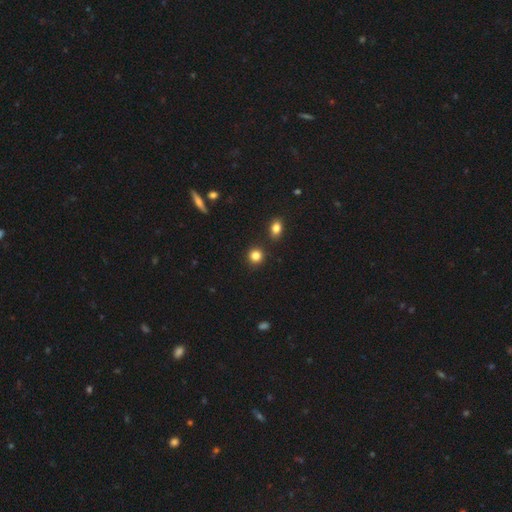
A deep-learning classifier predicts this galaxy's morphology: Overall: smooth (84%). How rounded: round (89%). Merging: none (88%).